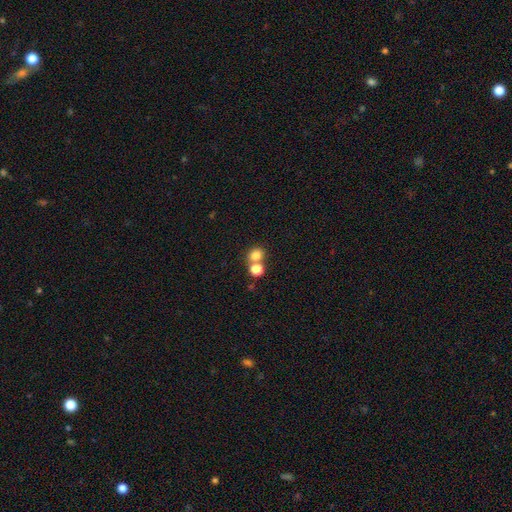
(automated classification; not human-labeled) smooth 79%, star or artifact 14%, featured or disk 8%. Down the decision tree: how rounded — round (73%); merging — none (51%).